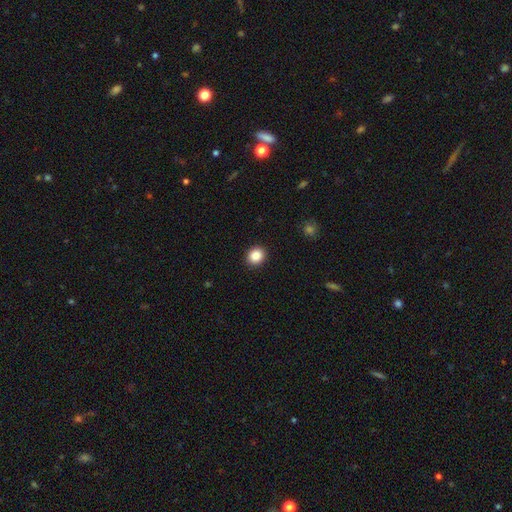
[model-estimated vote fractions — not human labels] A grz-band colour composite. It shows a smooth galaxy with no disk features (86%) that is round (79%). Merging: none (92%).